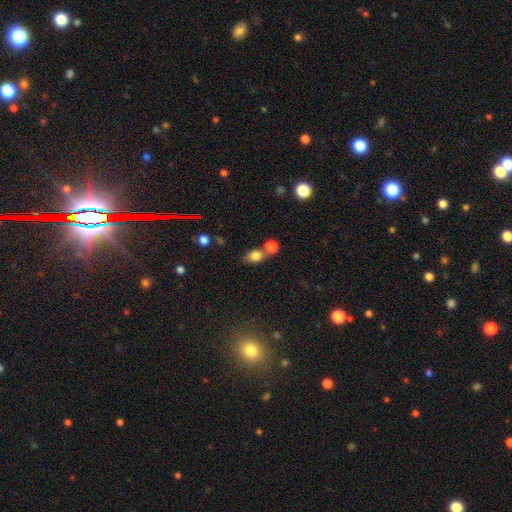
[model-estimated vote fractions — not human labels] Smooth or featured? smooth (80%)
How rounded? in between (61%)
Merging? none (51%)